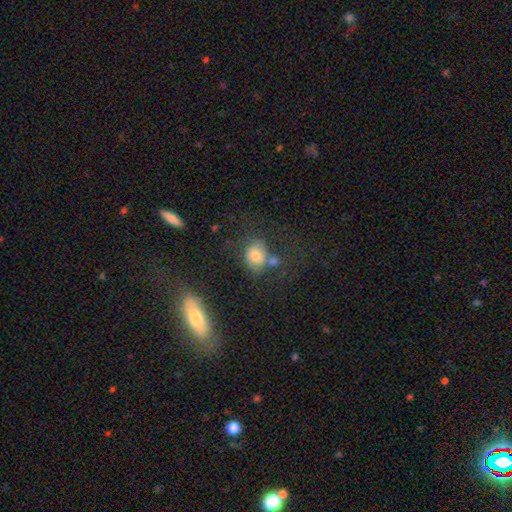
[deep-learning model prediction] smooth 73%, featured or disk 14%, star or artifact 14%. Down the decision tree: how rounded — round (51%); merging — none (55%).